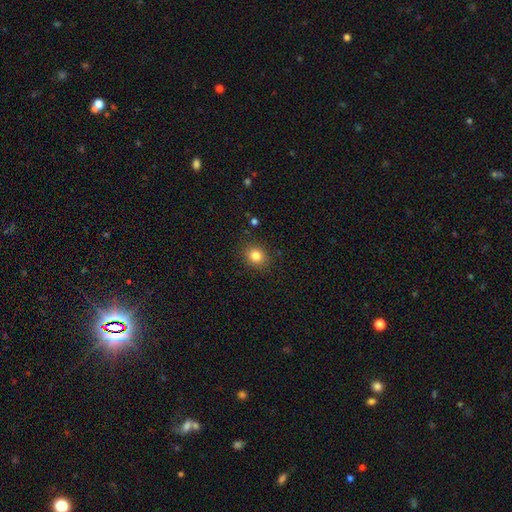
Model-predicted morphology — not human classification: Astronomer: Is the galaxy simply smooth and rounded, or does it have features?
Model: smooth — 83%.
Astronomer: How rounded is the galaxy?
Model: round — 71%.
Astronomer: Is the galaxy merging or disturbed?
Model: none — 89%.